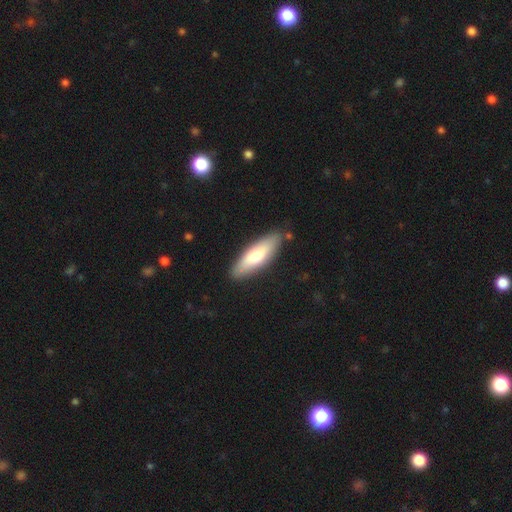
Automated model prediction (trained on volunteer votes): smooth-or-featured: smooth: 70% | featured or disk: 25% | star or artifact: 5%
  how-rounded: cigar-shaped: 50% | in between: 48% | round: 2%
  merging: none: 85% | minor disturbance: 11% | major disturbance: 2% | merger: 2%